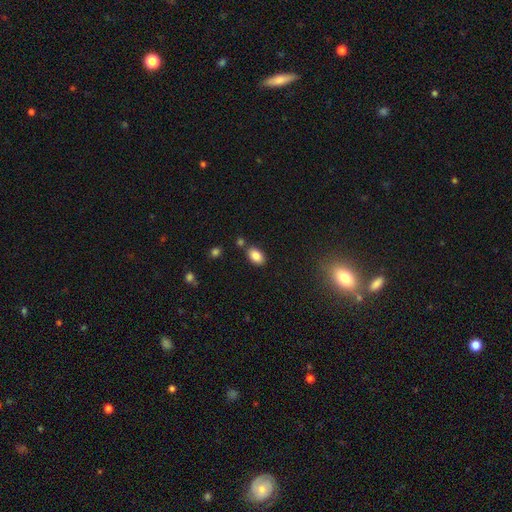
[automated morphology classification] smooth_or_featured: smooth (p=0.86) [alt: star or artifact p=0.09]
how_rounded: in between (p=0.88) [alt: round p=0.11]
merging: none (p=0.76) [alt: minor disturbance p=0.12]